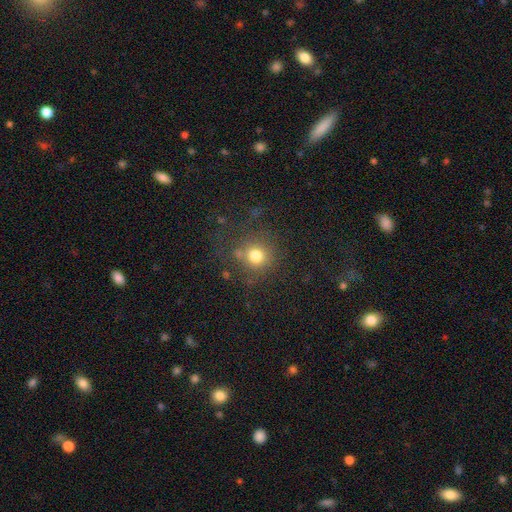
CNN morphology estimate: Smooth or featured: smooth — 75% (star or artifact — 16%)
How rounded: round — 91% (in between — 8%)
Merging: none — 74% (minor disturbance — 13%)